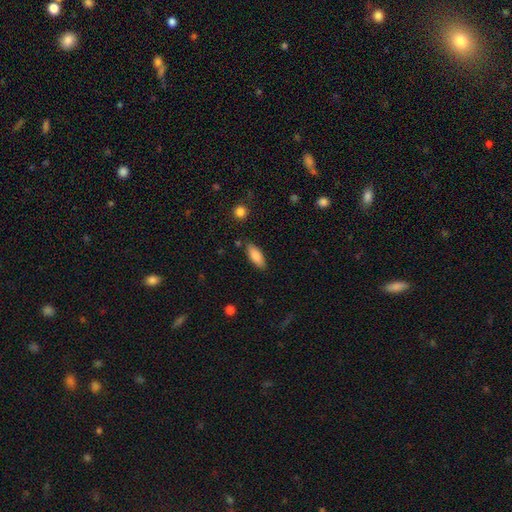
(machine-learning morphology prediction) Smooth or featured: smooth — 80% (featured or disk — 13%)
How rounded: in between — 79% (cigar-shaped — 19%)
Merging: none — 84% (minor disturbance — 12%)